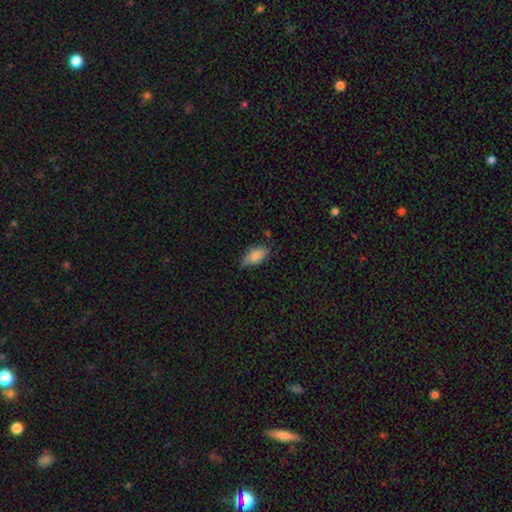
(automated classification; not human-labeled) Smooth or featured: smooth — 81% (featured or disk — 12%)
How rounded: in between — 90% (cigar-shaped — 7%)
Merging: none — 56% (minor disturbance — 36%)